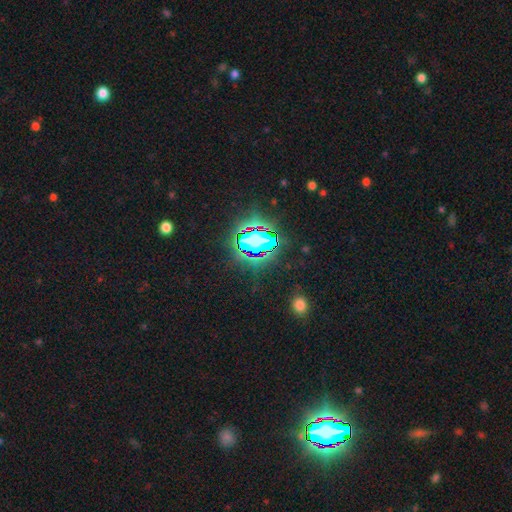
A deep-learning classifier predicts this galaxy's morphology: The model was most divided on "smooth or featured": star or artifact: 69%, smooth: 19%, featured or disk: 12%.